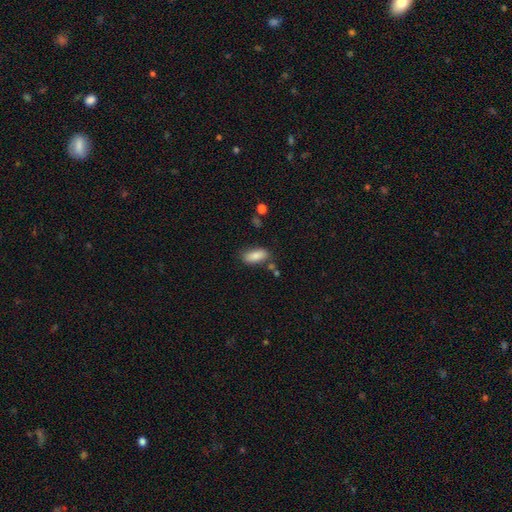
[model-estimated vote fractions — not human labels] smooth-or-featured: smooth: 86% | star or artifact: 7% | featured or disk: 7%
  how-rounded: in between: 85% | cigar-shaped: 13% | round: 2%
  merging: none: 74% | minor disturbance: 16% | merger: 6% | major disturbance: 4%